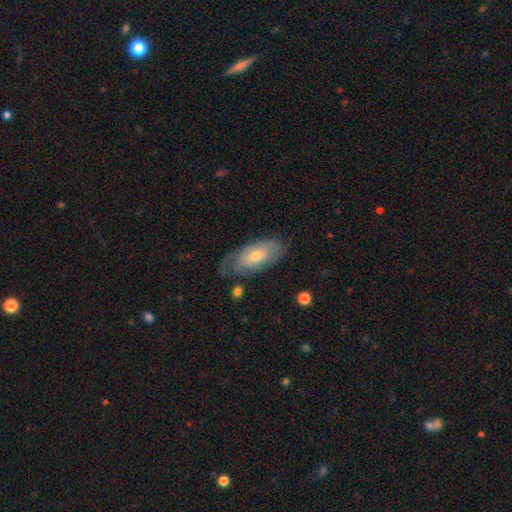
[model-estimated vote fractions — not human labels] A featured or disk galaxy (49%).

Vote fractions:
- Smooth or featured? featured or disk: 49% / smooth: 44% / star or artifact: 7%
- Merging? none: 63% / minor disturbance: 25% / major disturbance: 10% / merger: 2%